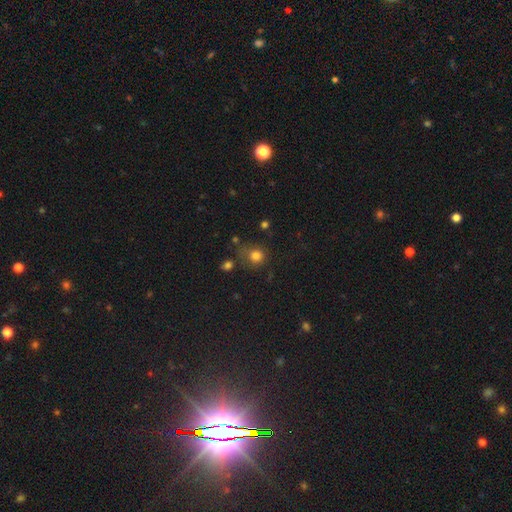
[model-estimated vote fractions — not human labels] smooth-or-featured: smooth: 79% | star or artifact: 14% | featured or disk: 7%
  how-rounded: round: 81% | in between: 18% | cigar-shaped: 1%
  merging: none: 61% | minor disturbance: 22% | major disturbance: 10% | merger: 7%